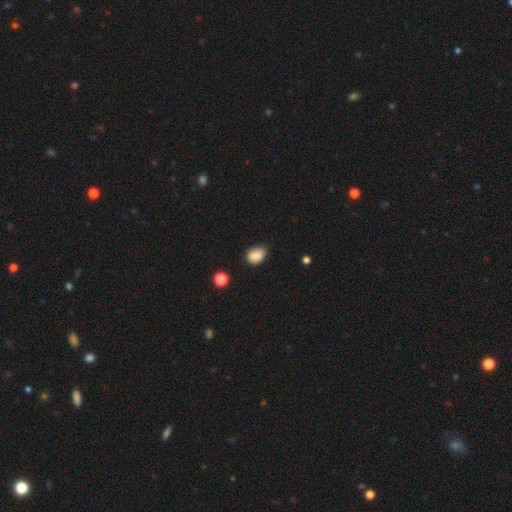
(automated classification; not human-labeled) Morphology: type=smooth (86%); roundness=in between (70%); merging=none (68%).